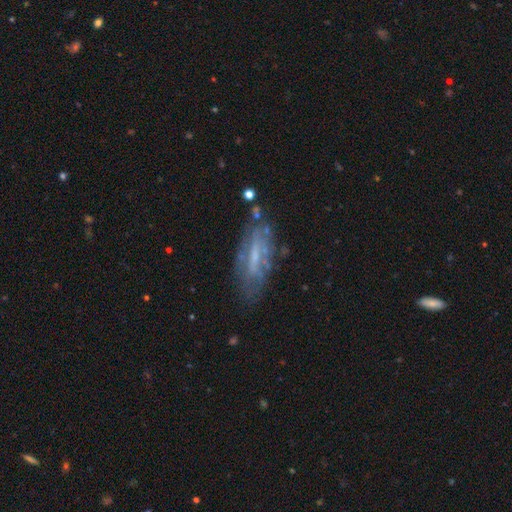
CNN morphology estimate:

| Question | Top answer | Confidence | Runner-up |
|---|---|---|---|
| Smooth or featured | featured or disk | 63% | smooth (27%) |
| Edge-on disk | no | 71% | yes (29%) |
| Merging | none | 65% | minor disturbance (21%) |